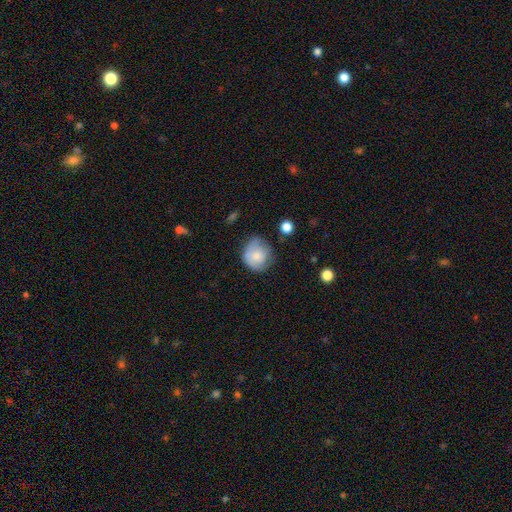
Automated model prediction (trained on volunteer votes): Smooth or featured: smooth — 71% (featured or disk — 22%)
How rounded: round — 79% (in between — 20%)
Merging: none — 49% (minor disturbance — 34%)